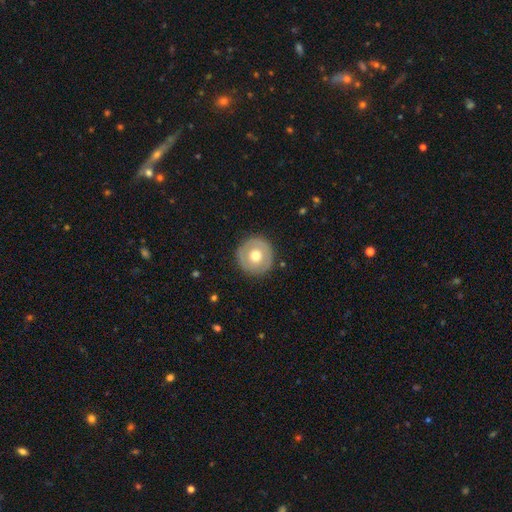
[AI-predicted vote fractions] Smooth or featured? smooth (59%)
How rounded? round (96%)
Merging? none (89%)